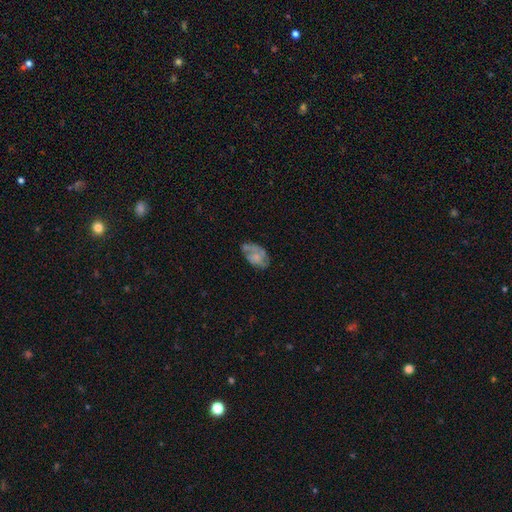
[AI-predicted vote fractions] smooth-or-featured: smooth: 47% | featured or disk: 45% | star or artifact: 9%
  merging: none: 41% | minor disturbance: 31% | major disturbance: 20% | merger: 7%